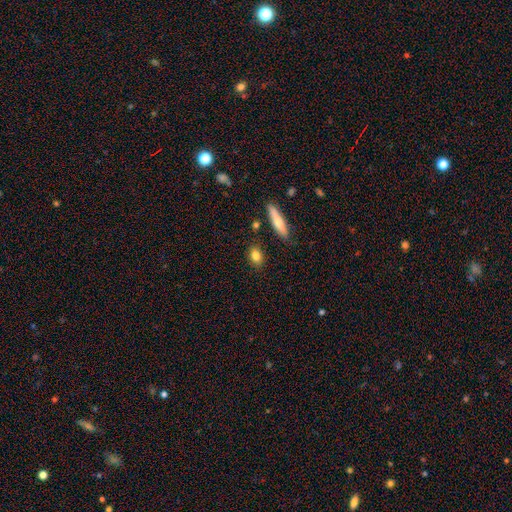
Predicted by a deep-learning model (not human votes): The model was most divided on "how rounded": in between: 66%, round: 26%, cigar-shaped: 8%. More confident: merging — none (85%); smooth or featured — smooth (81%).